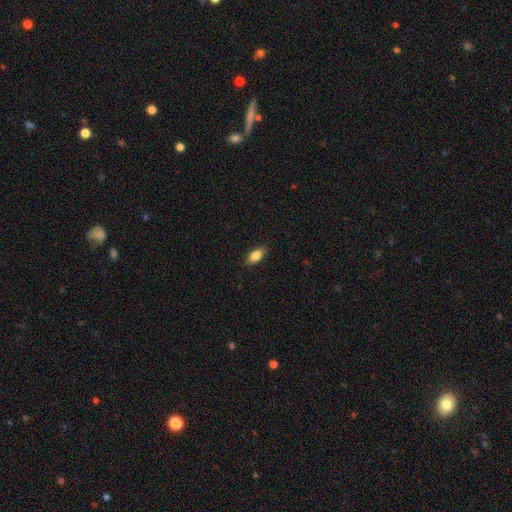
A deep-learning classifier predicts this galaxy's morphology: Overall: smooth (83%). How rounded: in between (87%). Merging: none (87%).